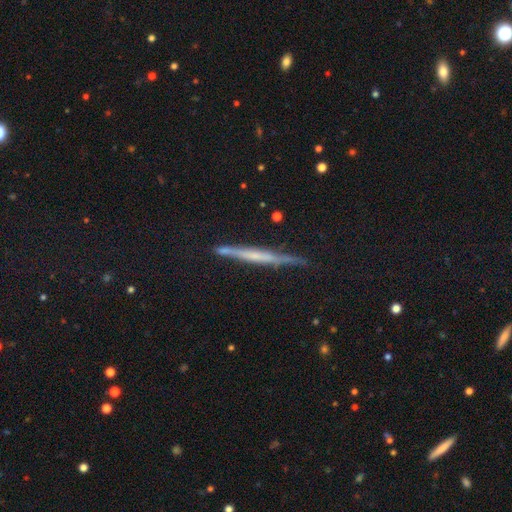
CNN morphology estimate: Smooth or featured? Predicted: featured or disk (p=0.63). Edge-on disk? Predicted: yes (p=0.96). Edge-on bulge? Predicted: none (p=0.66). Merging? Predicted: none (p=0.79).